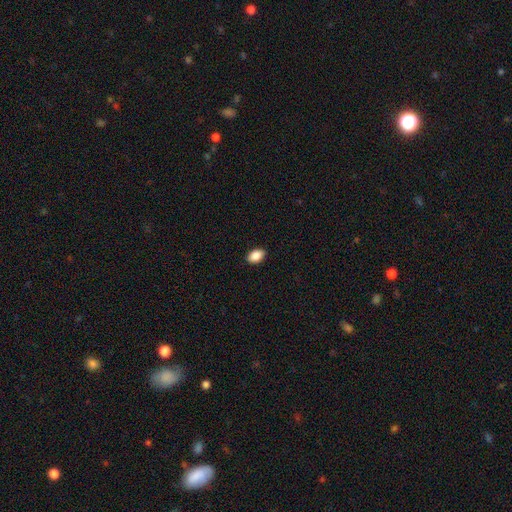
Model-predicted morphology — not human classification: smooth-or-featured: smooth: 89% | star or artifact: 7% | featured or disk: 4%
  how-rounded: in between: 87% | round: 12% | cigar-shaped: 1%
  merging: none: 90% | minor disturbance: 8% | major disturbance: 2% | merger: 1%